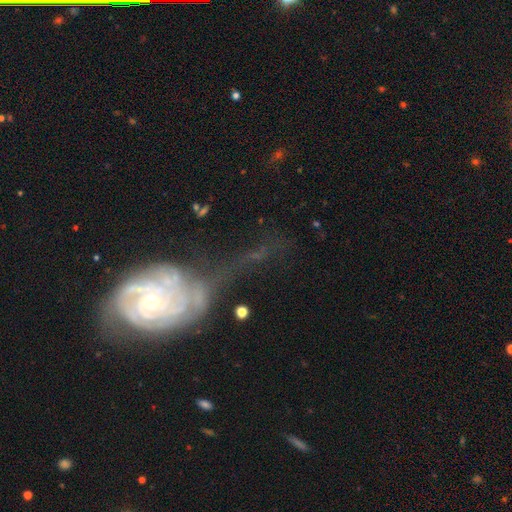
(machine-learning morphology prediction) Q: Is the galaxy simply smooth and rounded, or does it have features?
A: featured or disk — 79%.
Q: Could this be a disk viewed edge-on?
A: no — 95%.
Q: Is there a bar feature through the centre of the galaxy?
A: no — 68%.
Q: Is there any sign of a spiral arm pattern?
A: yes — 90%.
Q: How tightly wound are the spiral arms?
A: tight — 69%.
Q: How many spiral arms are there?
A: can't tell — 40%.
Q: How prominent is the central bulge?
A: small — 65%.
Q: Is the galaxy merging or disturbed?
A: none — 36%.